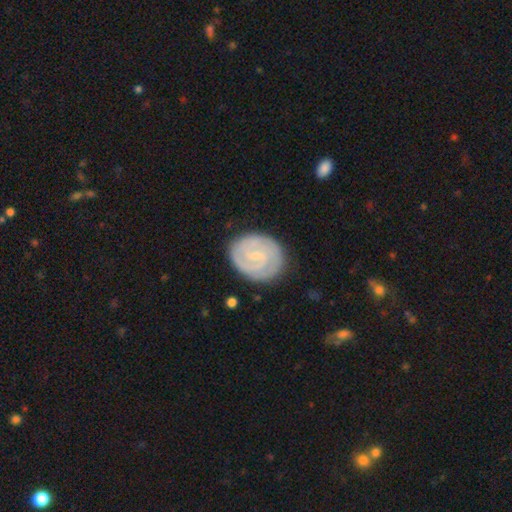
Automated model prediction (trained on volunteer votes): smooth-or-featured: featured or disk: 81% | smooth: 14% | star or artifact: 5%
  disk-edge-on: no: 98% | yes: 2%
    bar: weak: 48% | no: 39% | strong: 13%
    has-spiral-arms: yes: 95% | no: 5%
      spiral-winding: tight: 72% | medium: 23% | loose: 5%
      spiral-arm-count: 2: 62% | can't tell: 17% | 3: 11% | 1: 4% | 4: 3% | more than 4: 3%
    bulge-size: small: 74% | moderate: 15% | none: 9% | large: 1% | dominant: 1%
  merging: none: 82% | minor disturbance: 13% | major disturbance: 3% | merger: 1%